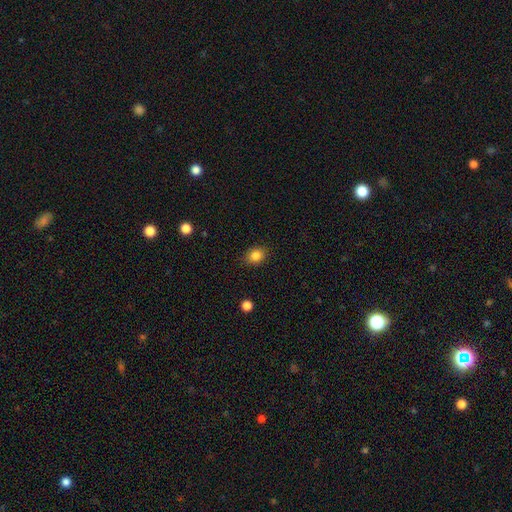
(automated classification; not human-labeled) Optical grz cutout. It shows a smooth galaxy with no disk features (84%) that is in between round and cigar-shaped (51%). Merging: none (87%).